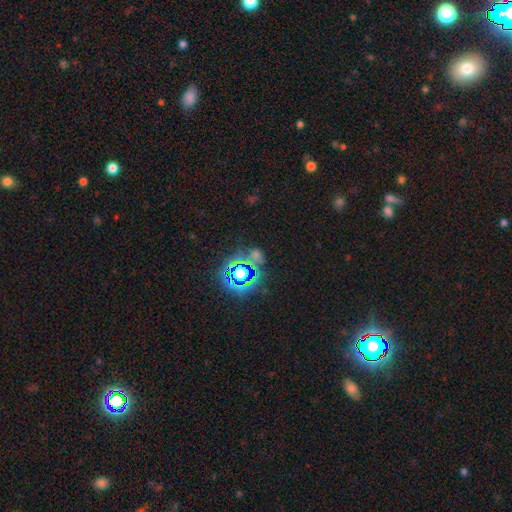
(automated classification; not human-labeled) Morphology: type=star or artifact (61%).